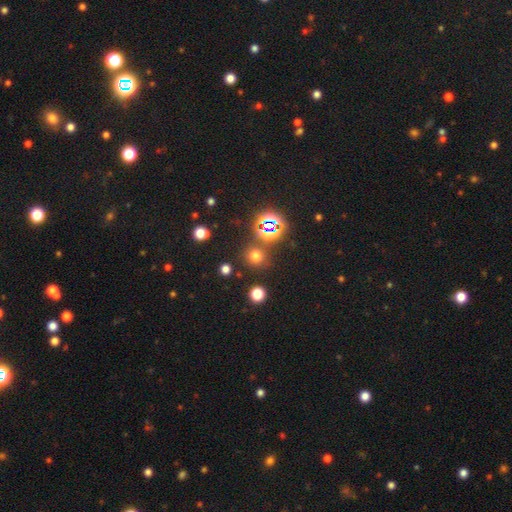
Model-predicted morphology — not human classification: Overall: smooth (62%; star or artifact 32%). How rounded: round (91%). Merging: none (83%).